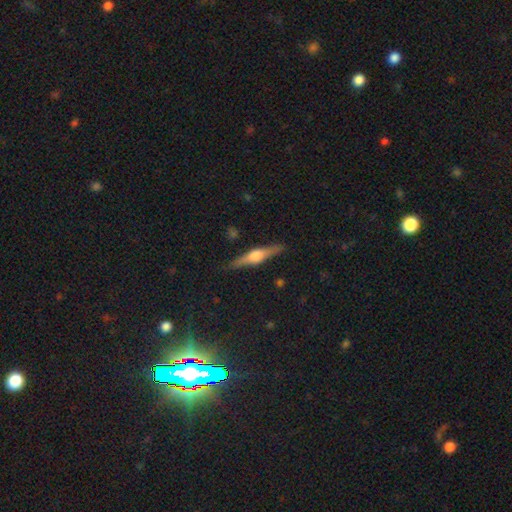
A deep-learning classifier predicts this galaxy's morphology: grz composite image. It shows a featured or disk galaxy (71%) viewed edge-on (97%) with a rounded central bulge (89%). Merging: none (88%).